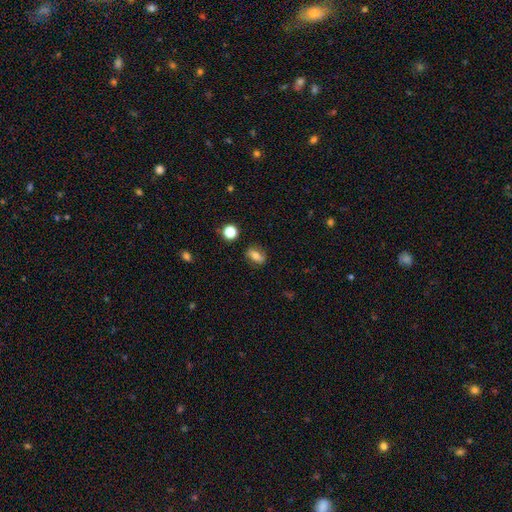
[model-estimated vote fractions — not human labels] smooth-or-featured: smooth: 63% | featured or disk: 26% | star or artifact: 11%
  how-rounded: in between: 73% | round: 19% | cigar-shaped: 8%
  merging: none: 82% | minor disturbance: 13% | major disturbance: 3% | merger: 2%